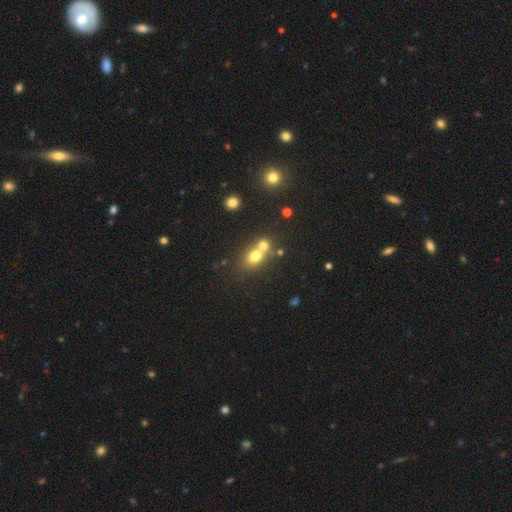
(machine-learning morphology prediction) Smooth or featured: smooth — 70% (featured or disk — 16%)
How rounded: round — 49% (tied with in between — 49%)
Merging: merger — 55% (none — 34%)